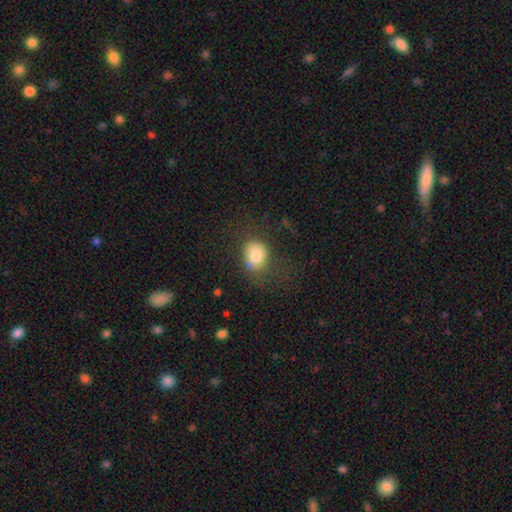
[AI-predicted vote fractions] This appears to be a smooth galaxy with no disk features (80%) that is round (50%). Merging: none (60%).